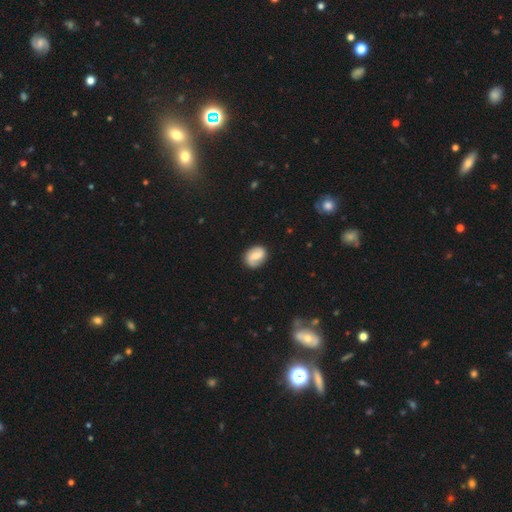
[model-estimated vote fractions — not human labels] Q: Smooth or featured?
A: featured or disk (58%); runner-up: smooth (35%)
Q: Edge-on disk?
A: no (97%); runner-up: yes (3%)
Q: Bar?
A: weak (47%); runner-up: no (32%)
Q: Spiral arms?
A: yes (87%); runner-up: no (13%)
Q: Bulge size?
A: moderate (52%); runner-up: small (36%)
Q: Merging?
A: none (82%); runner-up: minor disturbance (13%)